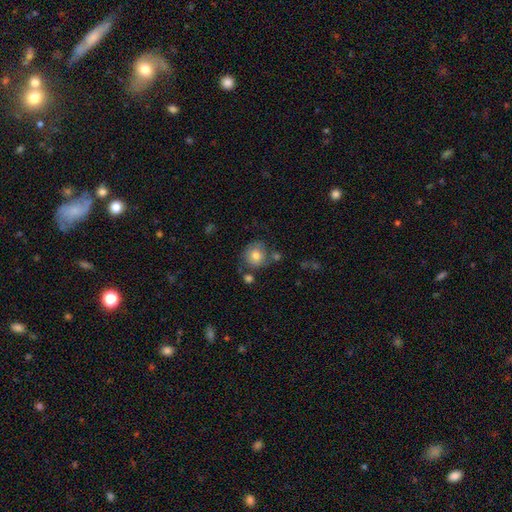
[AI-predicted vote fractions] A smooth galaxy with no disk features (78%) that is round (86%). Merging: none (66%).